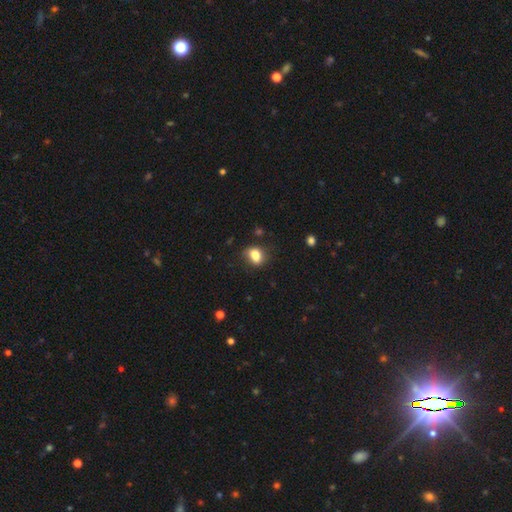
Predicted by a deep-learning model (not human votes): Morphology: type=smooth (82%); roundness=in between (70%); merging=none (75%).